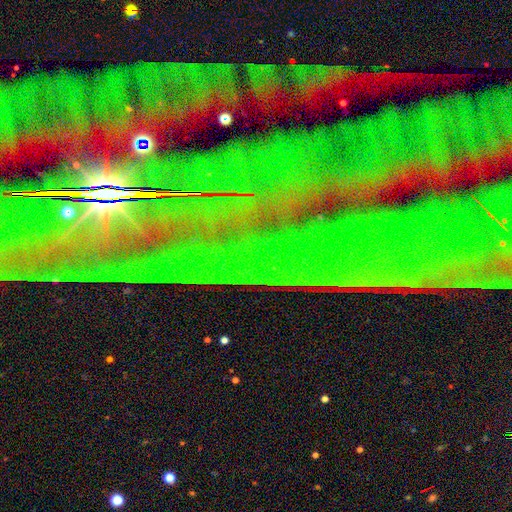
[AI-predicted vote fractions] smooth-or-featured: star or artifact: 83% | featured or disk: 10% | smooth: 6%